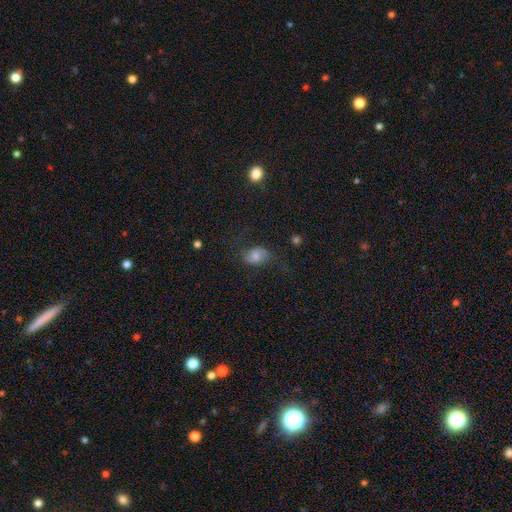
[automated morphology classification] type=smooth (45%); merging=none (63%).